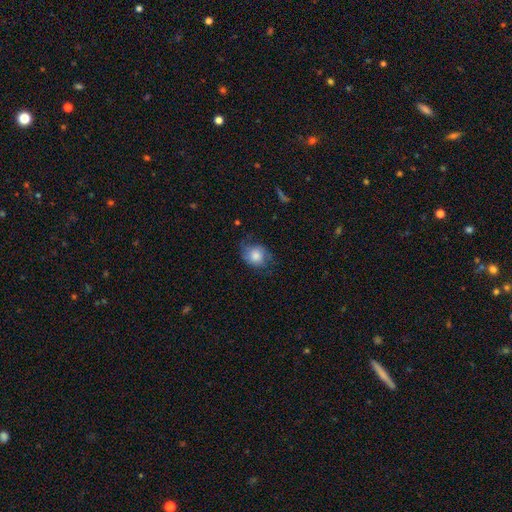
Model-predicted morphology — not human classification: Smooth or featured?
  - smooth: 66% *
  - featured or disk: 25%
  - star or artifact: 9%
How rounded?
  - round: 61% *
  - in between: 38%
  - cigar-shaped: 1%
Merging?
  - none: 56% *
  - minor disturbance: 28%
  - major disturbance: 15%
  - merger: 1%